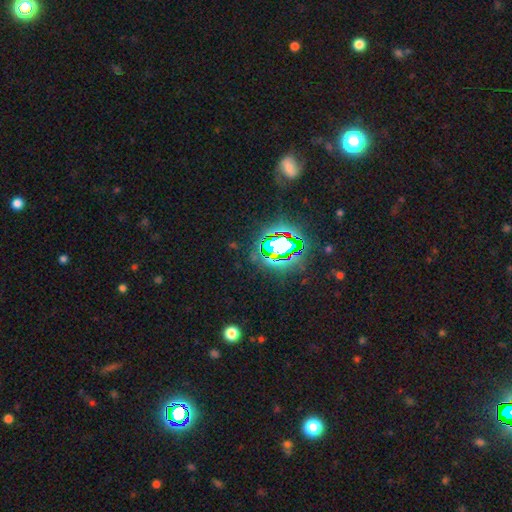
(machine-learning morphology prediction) Smooth or featured? Predicted: star or artifact (p=0.83).